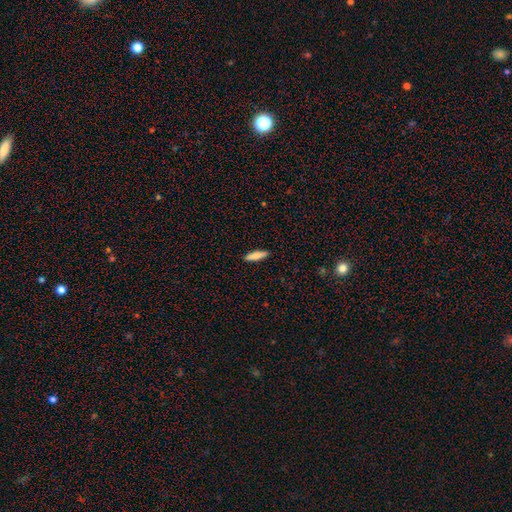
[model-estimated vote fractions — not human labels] smooth_or_featured: smooth (p=0.78) [alt: featured or disk p=0.16]
how_rounded: cigar-shaped (p=0.68) [alt: in between p=0.30]
merging: none (p=0.90) [alt: minor disturbance p=0.07]